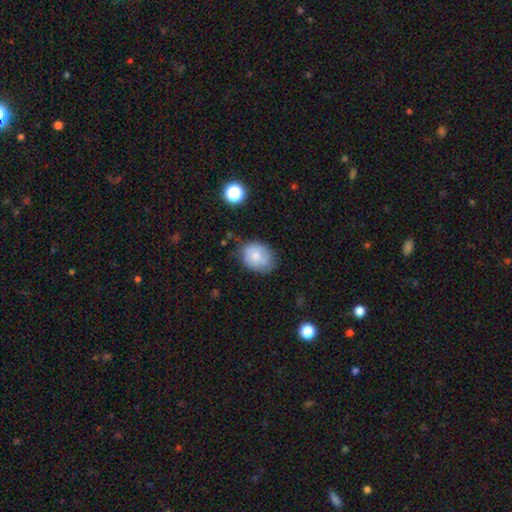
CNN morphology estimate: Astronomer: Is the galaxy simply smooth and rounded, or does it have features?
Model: smooth — 71%.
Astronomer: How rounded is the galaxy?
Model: round — 50% (runner-up: in between, 49%).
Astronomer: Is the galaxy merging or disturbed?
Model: none — 63%.